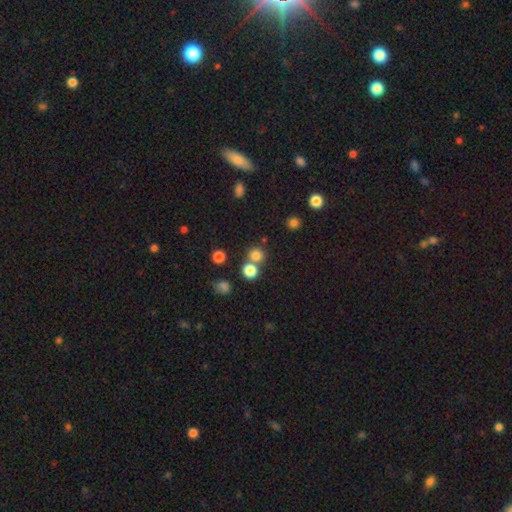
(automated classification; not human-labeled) smooth_or_featured: smooth (p=0.78) [alt: star or artifact p=0.16]
how_rounded: round (p=0.90) [alt: in between p=0.09]
merging: none (p=0.64) [alt: merger p=0.27]